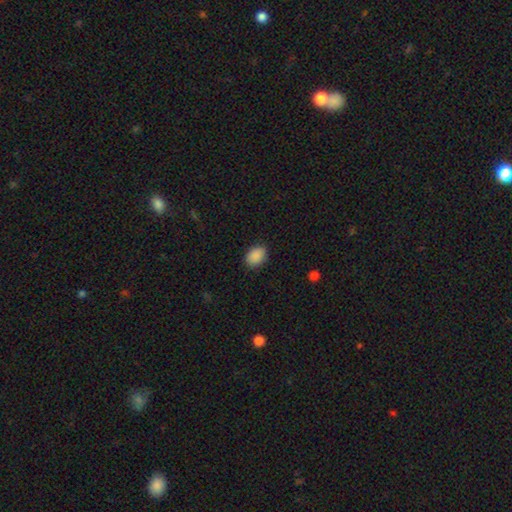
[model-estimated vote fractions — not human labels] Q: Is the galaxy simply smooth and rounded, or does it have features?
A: smooth — 89%.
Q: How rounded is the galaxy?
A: in between — 72%.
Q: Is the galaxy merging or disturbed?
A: none — 87%.